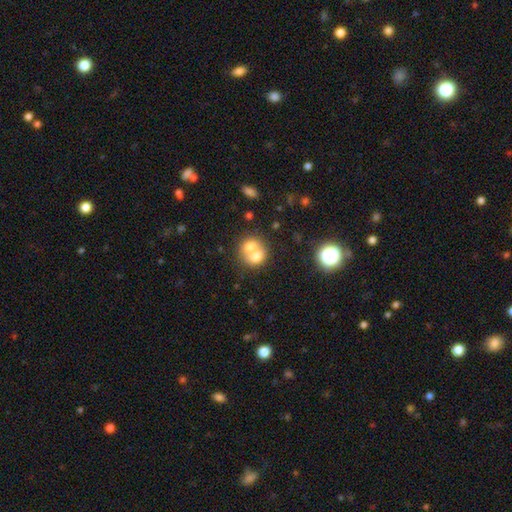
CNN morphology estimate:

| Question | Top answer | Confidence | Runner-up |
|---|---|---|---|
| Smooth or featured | smooth | 68% | featured or disk (23%) |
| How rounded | round | 59% | in between (40%) |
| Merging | merger | 70% | none (21%) |